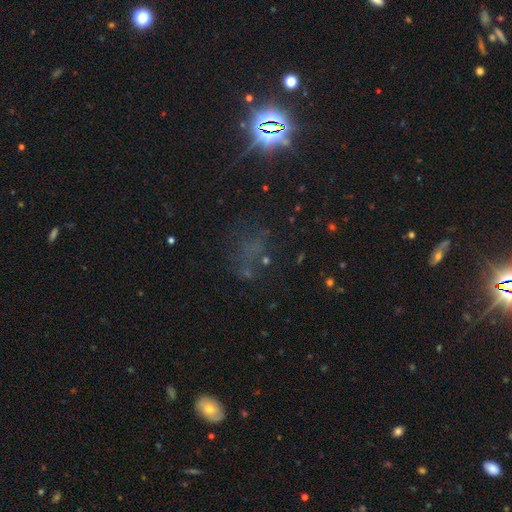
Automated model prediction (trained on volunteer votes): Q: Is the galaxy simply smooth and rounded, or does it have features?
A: star or artifact — 52%.